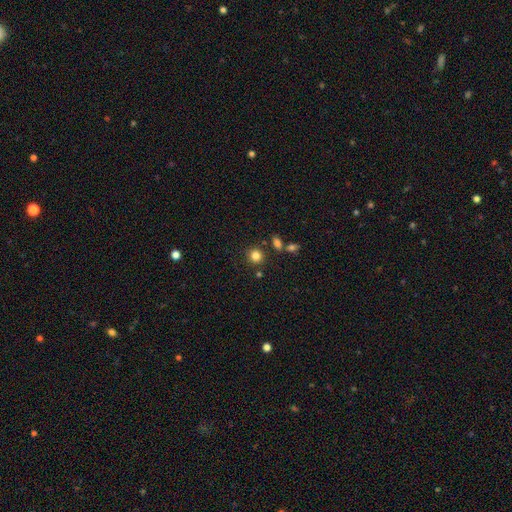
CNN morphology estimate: smooth-or-featured: smooth: 82% | star or artifact: 12% | featured or disk: 5%
  how-rounded: round: 88% | in between: 11% | cigar-shaped: 1%
  merging: none: 83% | minor disturbance: 8% | merger: 7% | major disturbance: 3%